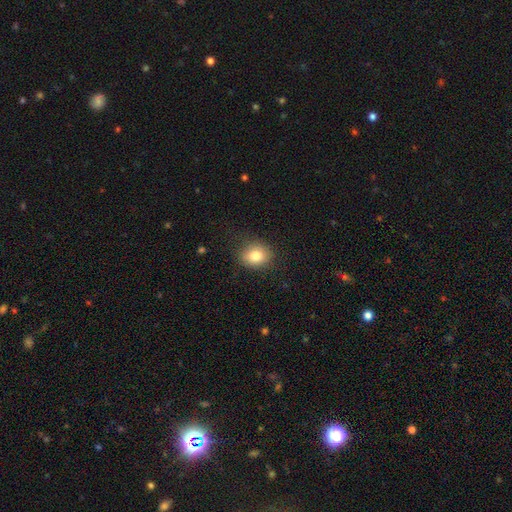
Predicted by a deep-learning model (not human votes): Smooth or featured? smooth (81%)
How rounded? round (58%)
Merging? none (84%)